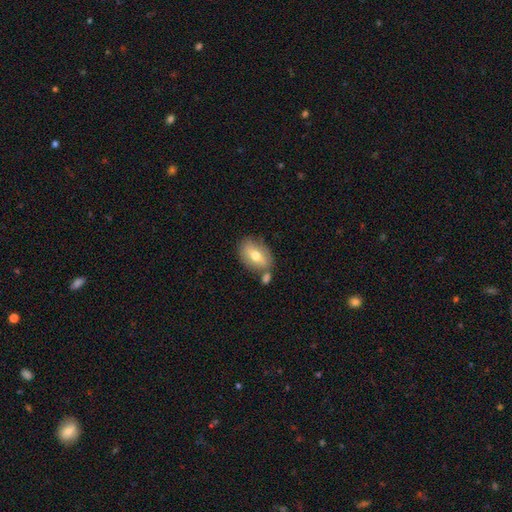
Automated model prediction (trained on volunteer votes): Smooth or featured?
  - smooth: 60% *
  - featured or disk: 33%
  - star or artifact: 7%
How rounded?
  - in between: 84% *
  - round: 14%
  - cigar-shaped: 2%
Merging?
  - none: 63% *
  - merger: 17%
  - minor disturbance: 16%
  - major disturbance: 5%